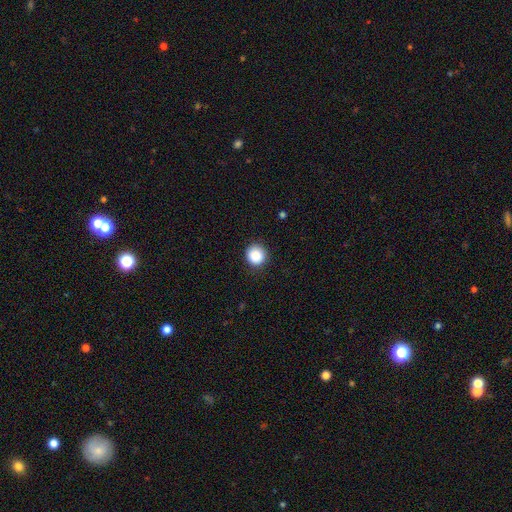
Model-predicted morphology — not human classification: The model was most divided on "smooth or featured": smooth: 88%, star or artifact: 9%, featured or disk: 3%. More confident: how rounded — round (92%); merging — none (88%).